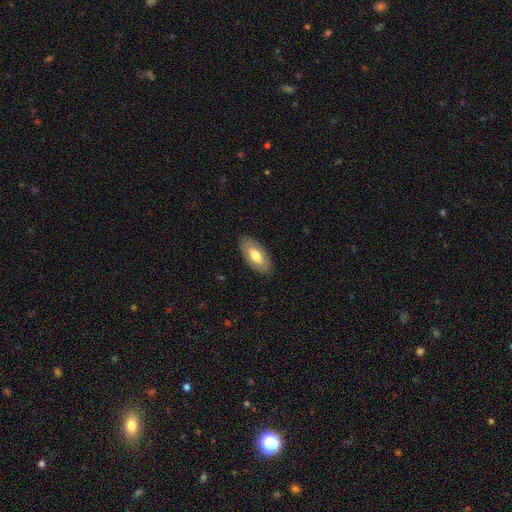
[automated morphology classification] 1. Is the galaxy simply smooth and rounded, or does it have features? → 66% smooth, 28% featured or disk, 6% star or artifact.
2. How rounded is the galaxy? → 92% in between, 6% cigar-shaped, 2% round.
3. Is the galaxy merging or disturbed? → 86% none, 10% minor disturbance, 3% major disturbance, 1% merger.